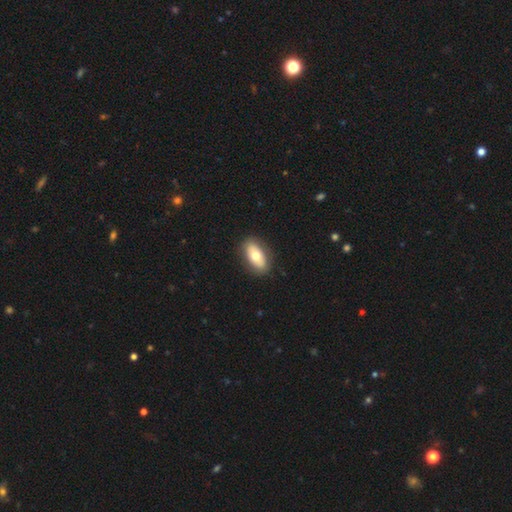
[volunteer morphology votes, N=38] Q: Smooth or featured?
A: smooth (74%); runner-up: featured or disk (24%)
Q: How rounded?
A: in between (93%); runner-up: cigar-shaped (7%)
Q: Merging?
A: none (89%); runner-up: minor disturbance (11%)